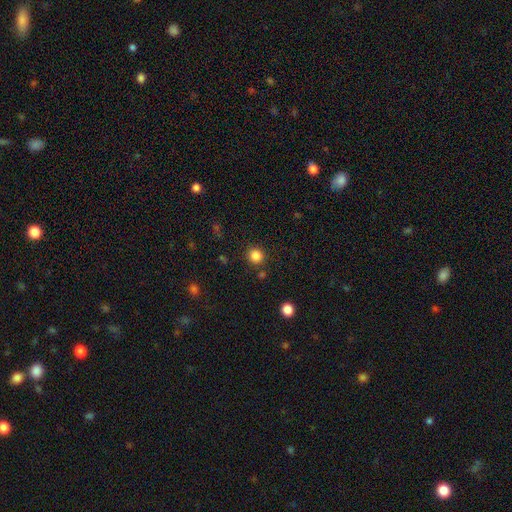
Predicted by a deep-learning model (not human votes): A smooth galaxy with no disk features (84%) that is round (92%).

Vote fractions:
- Smooth or featured? smooth: 84% / star or artifact: 12% / featured or disk: 4%
- How rounded? round: 92% / in between: 7% / cigar-shaped: 1%
- Merging? none: 88% / minor disturbance: 7% / merger: 3% / major disturbance: 3%